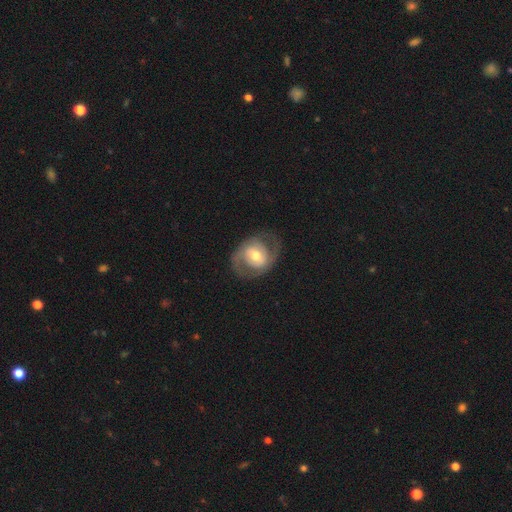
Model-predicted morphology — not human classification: smooth-or-featured: featured or disk: 67% | smooth: 27% | star or artifact: 6%
  disk-edge-on: no: 96% | yes: 4%
    bar: no: 47% | weak: 37% | strong: 16%
    has-spiral-arms: yes: 73% | no: 27%
    bulge-size: moderate: 70% | small: 15% | large: 13% | dominant: 1% | none: 1%
  merging: none: 72% | minor disturbance: 15% | major disturbance: 11% | merger: 1%